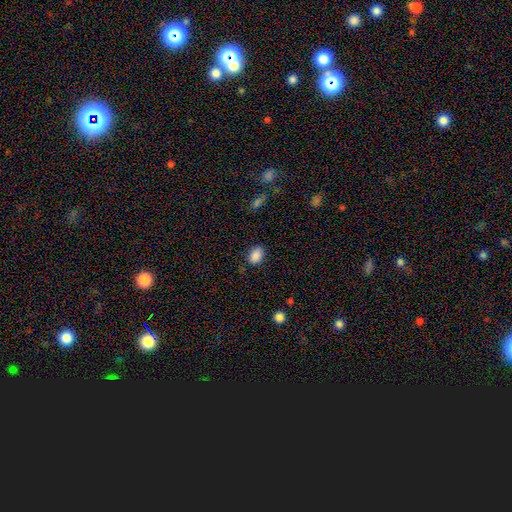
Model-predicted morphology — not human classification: A smooth galaxy with no disk features (88%) that is in between round and cigar-shaped (82%).

Vote fractions:
- Smooth or featured? smooth: 88% / star or artifact: 8% / featured or disk: 4%
- How rounded? in between: 82% / round: 16% / cigar-shaped: 1%
- Merging? none: 82% / minor disturbance: 14% / major disturbance: 3% / merger: 2%